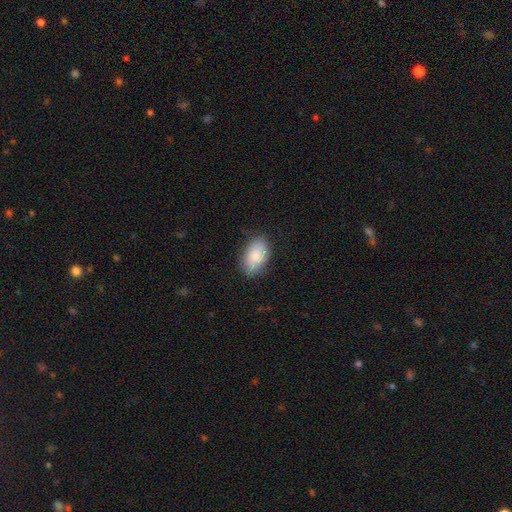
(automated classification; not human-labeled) This is clearly a smooth galaxy (84%). How rounded: clearly in between (92%). Merging: likely none (77%).